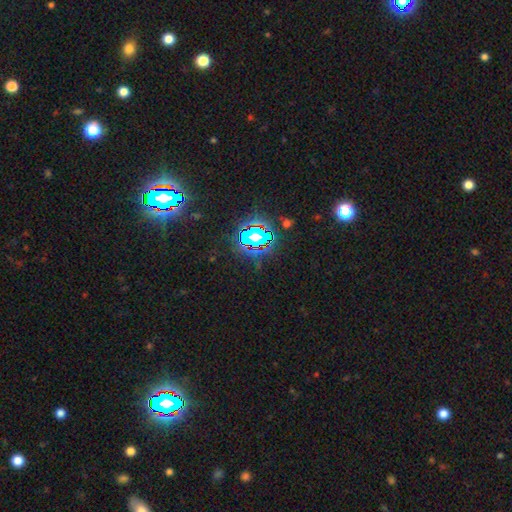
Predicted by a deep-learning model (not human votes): Q: Smooth or featured?
A: star or artifact (80%); runner-up: smooth (12%)